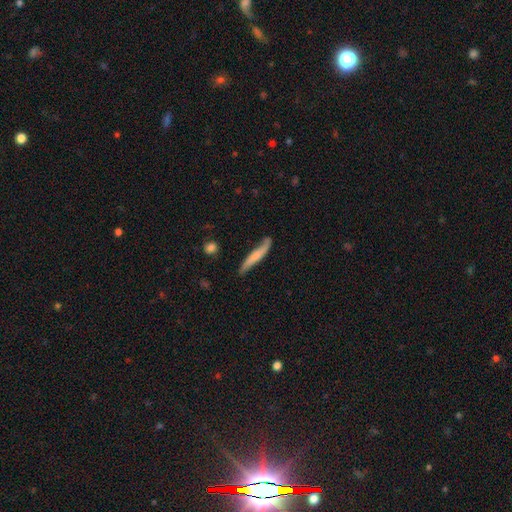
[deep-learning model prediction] This is possibly a smooth galaxy (55%). How rounded: clearly cigar-shaped (92%). Merging: likely none (67%).